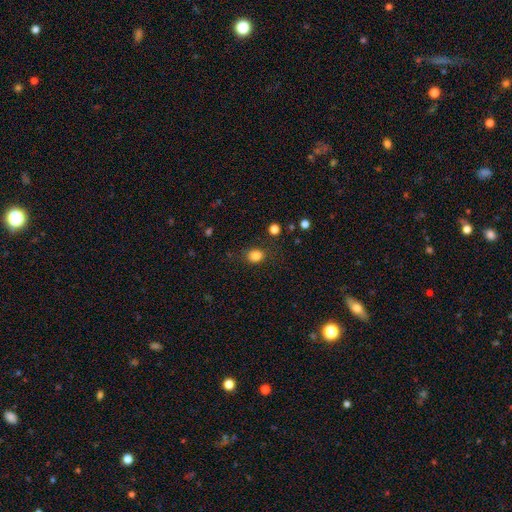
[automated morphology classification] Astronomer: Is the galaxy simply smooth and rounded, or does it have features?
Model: smooth — 84%.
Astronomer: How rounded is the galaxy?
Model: round — 60% (runner-up: in between, 39%).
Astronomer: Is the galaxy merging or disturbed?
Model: none — 80%.